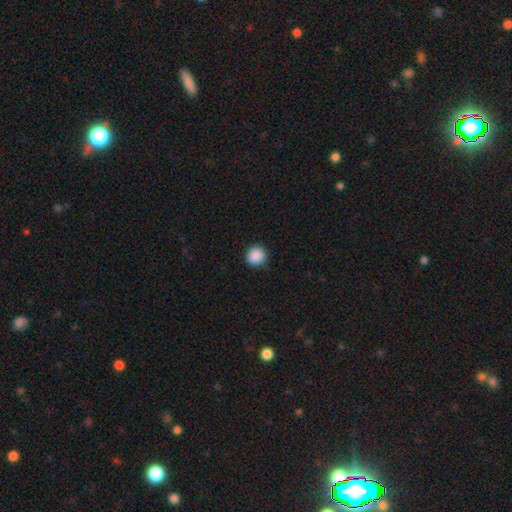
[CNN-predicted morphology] Smooth or featured? smooth (89%)
How rounded? round (93%)
Merging? none (88%)